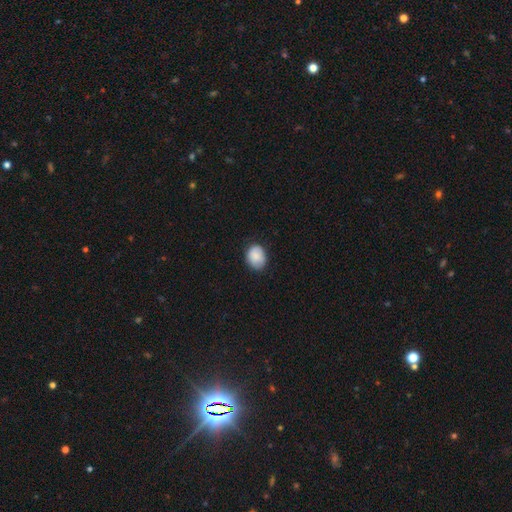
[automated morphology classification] Q: Smooth or featured?
A: smooth (86%); runner-up: star or artifact (7%)
Q: How rounded?
A: round (53%); runner-up: in between (47%)
Q: Merging?
A: none (78%); runner-up: minor disturbance (18%)